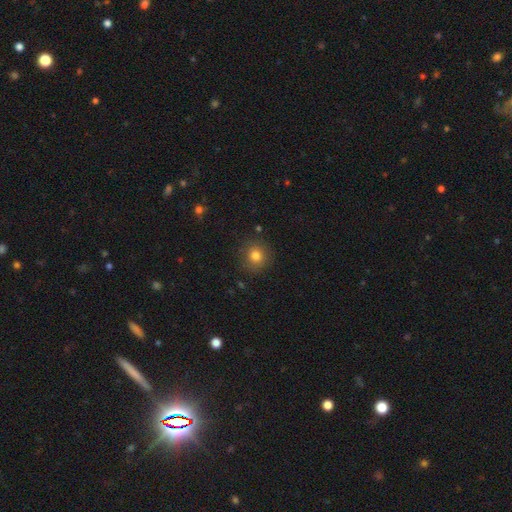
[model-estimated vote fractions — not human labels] Smooth or featured?
  - smooth: 80% *
  - star or artifact: 12%
  - featured or disk: 7%
How rounded?
  - round: 91% *
  - in between: 8%
  - cigar-shaped: 1%
Merging?
  - none: 87% *
  - minor disturbance: 8%
  - major disturbance: 3%
  - merger: 1%